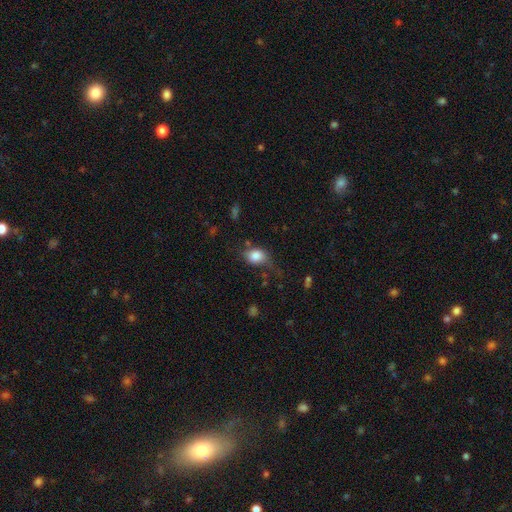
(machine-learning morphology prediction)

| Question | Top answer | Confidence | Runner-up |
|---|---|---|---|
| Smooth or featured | smooth | 82% | featured or disk (9%) |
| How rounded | in between | 62% | round (36%) |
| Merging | none | 49% | minor disturbance (30%) |